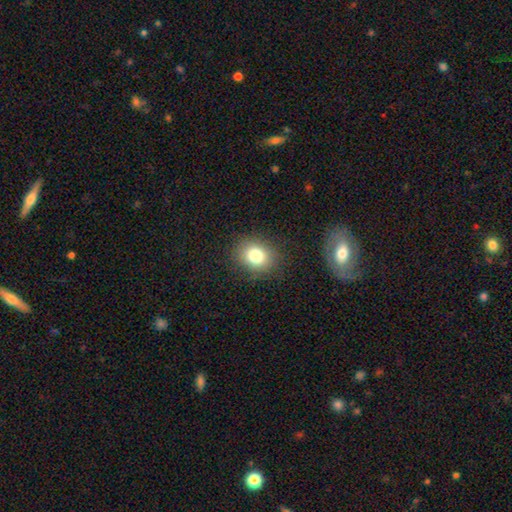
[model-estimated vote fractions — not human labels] smooth 79%, star or artifact 12%, featured or disk 9%. Down the decision tree: how rounded — round (61%); merging — none (85%).